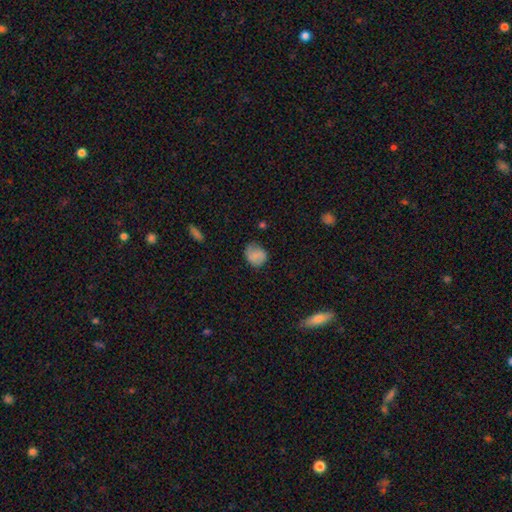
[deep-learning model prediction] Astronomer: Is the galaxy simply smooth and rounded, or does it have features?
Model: smooth — 71%.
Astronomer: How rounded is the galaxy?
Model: round — 66%.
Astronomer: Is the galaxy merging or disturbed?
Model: none — 68%.